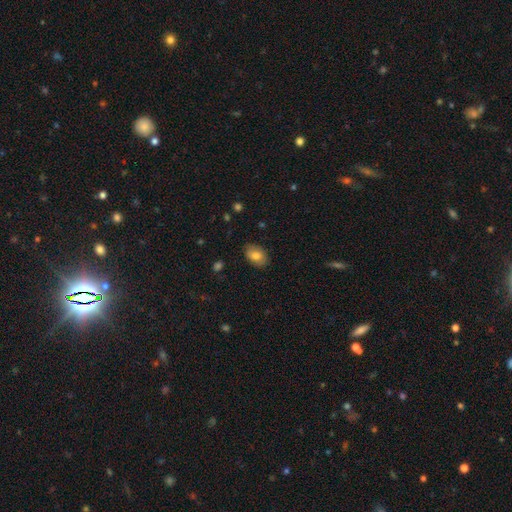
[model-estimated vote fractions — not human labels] Morphology: type=smooth (78%); roundness=in between (81%); merging=none (84%).